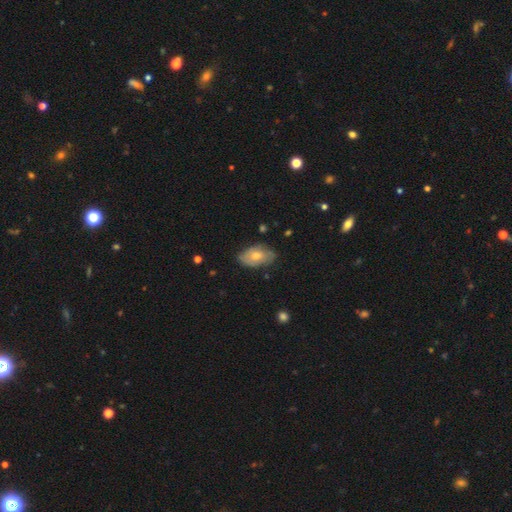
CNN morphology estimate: This appears to be a smooth galaxy with no disk features (55%) that is in between round and cigar-shaped (92%). Merging: none (77%).